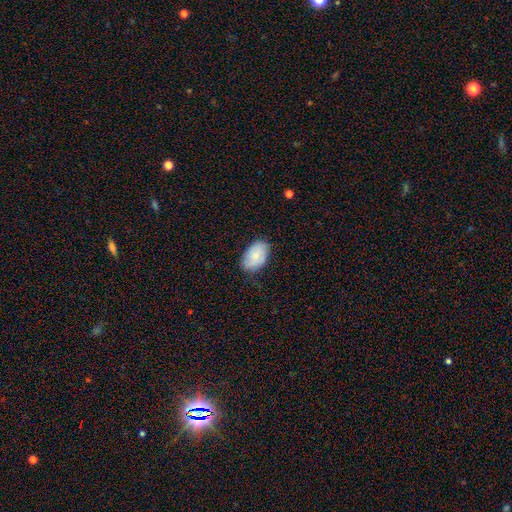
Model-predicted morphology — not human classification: A smooth galaxy with no disk features (79%) that is in between round and cigar-shaped (91%).

Vote fractions:
- Smooth or featured? smooth: 79% / featured or disk: 15% / star or artifact: 7%
- How rounded? in between: 91% / round: 8% / cigar-shaped: 1%
- Merging? none: 77% / minor disturbance: 18% / major disturbance: 3% / merger: 1%